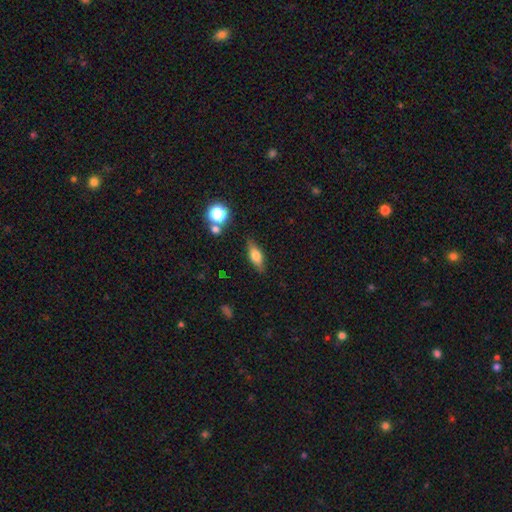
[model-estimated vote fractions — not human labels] This appears to be a smooth galaxy with no disk features (61%) that is in between round and cigar-shaped (63%). Merging: none (82%).